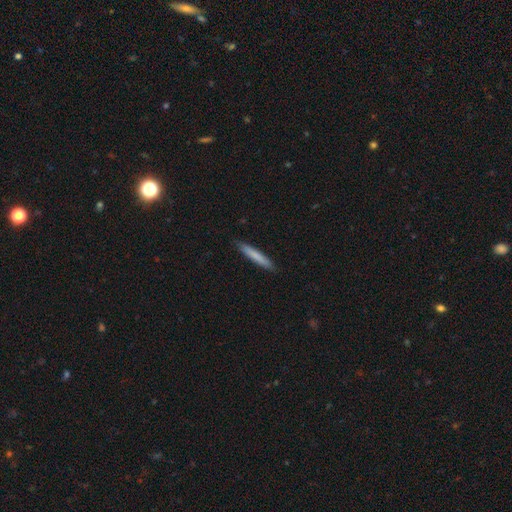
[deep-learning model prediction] Q: Smooth or featured?
A: smooth (76%); runner-up: featured or disk (18%)
Q: How rounded?
A: cigar-shaped (94%); runner-up: in between (5%)
Q: Merging?
A: none (90%); runner-up: minor disturbance (8%)